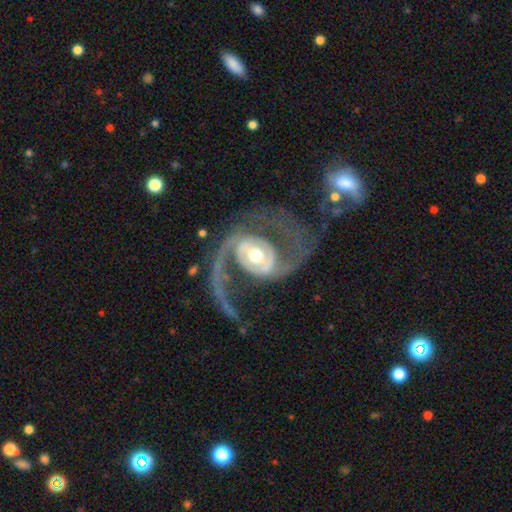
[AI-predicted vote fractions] The model was most divided on "spiral winding": loose: 49%, medium: 40%, tight: 11%. Remaining: edge-on disk — no (97%); spiral arms — yes (94%); smooth or featured — featured or disk (90%); spiral arm count — 2 (90%); bulge size — moderate (72%); merging — none (57%); bar — no (45%).